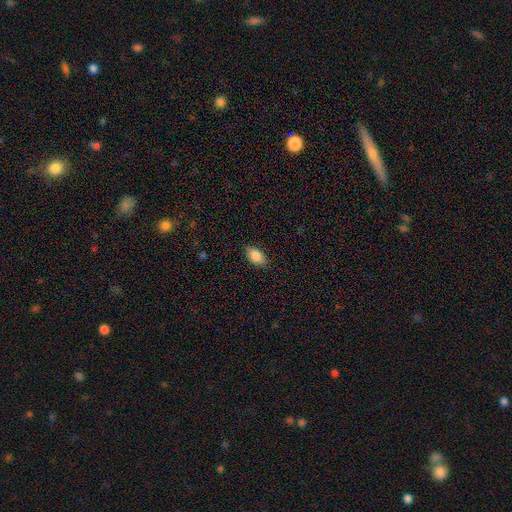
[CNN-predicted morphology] A smooth galaxy with no disk features (87%) that is in between round and cigar-shaped (91%). Merging: none (84%).